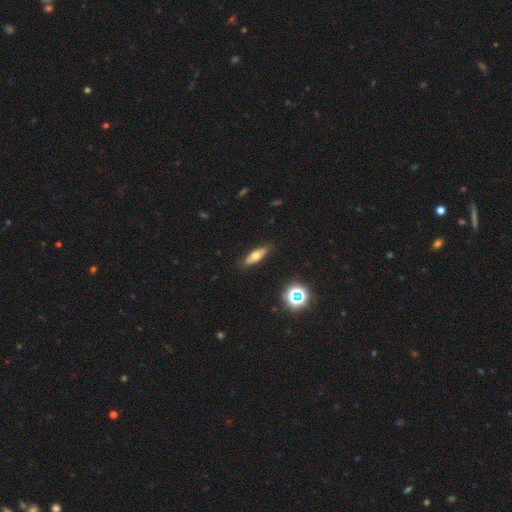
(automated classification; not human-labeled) Smooth or featured? smooth (56%)
How rounded? cigar-shaped (50%)
Merging? none (86%)